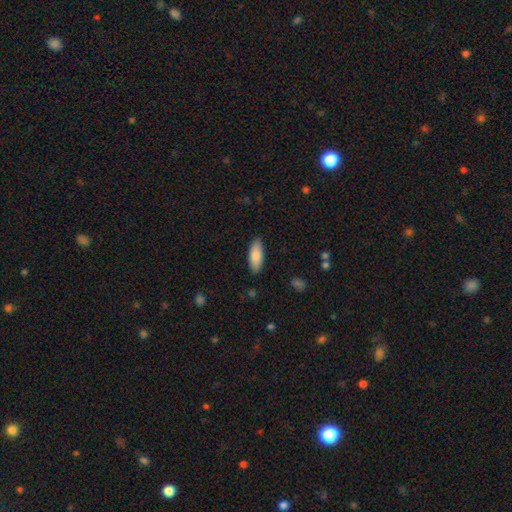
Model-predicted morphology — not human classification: Q: Smooth or featured?
A: smooth (85%); runner-up: featured or disk (9%)
Q: How rounded?
A: in between (76%); runner-up: cigar-shaped (22%)
Q: Merging?
A: none (87%); runner-up: minor disturbance (10%)